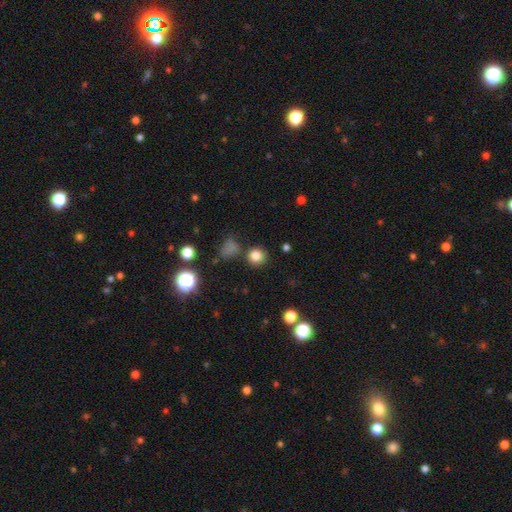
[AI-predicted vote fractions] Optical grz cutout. It shows a smooth galaxy with no disk features (80%) that is round (90%). Merging: none (79%).